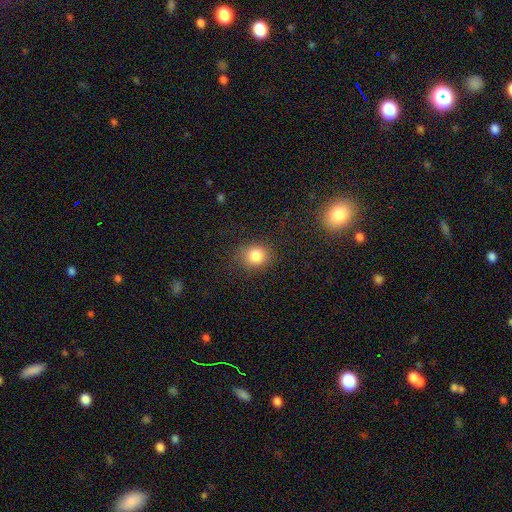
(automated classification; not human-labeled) Smooth or featured?
  - smooth: 83% *
  - star or artifact: 11%
  - featured or disk: 6%
How rounded?
  - round: 75% *
  - in between: 24%
  - cigar-shaped: 1%
Merging?
  - none: 84% *
  - minor disturbance: 11%
  - major disturbance: 4%
  - merger: 1%